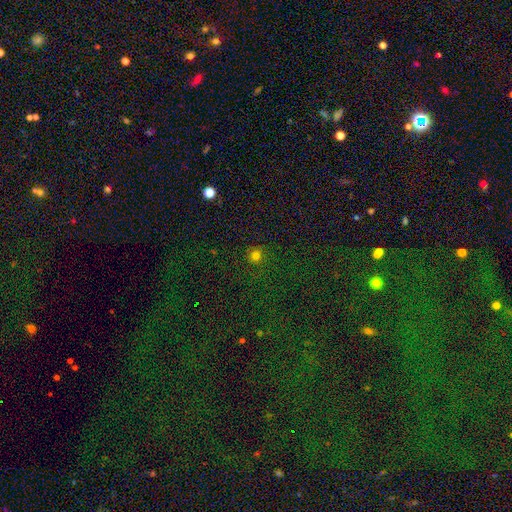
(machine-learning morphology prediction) This appears to be a smooth galaxy with no disk features (76%) that is round (93%). Merging: none (86%).